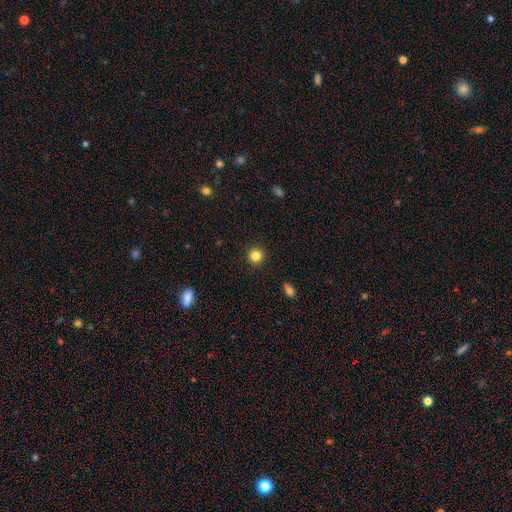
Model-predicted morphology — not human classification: This is clearly a smooth galaxy (84%). How rounded: clearly round (94%). Merging: clearly none (92%).